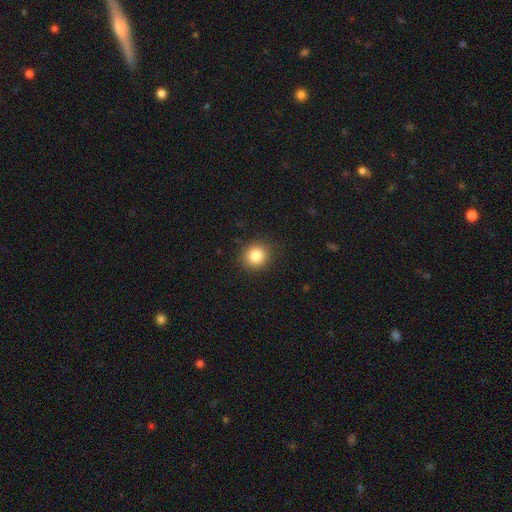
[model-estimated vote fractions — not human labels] Q: Smooth or featured?
A: smooth (84%); runner-up: star or artifact (10%)
Q: How rounded?
A: round (88%); runner-up: in between (11%)
Q: Merging?
A: none (90%); runner-up: minor disturbance (7%)